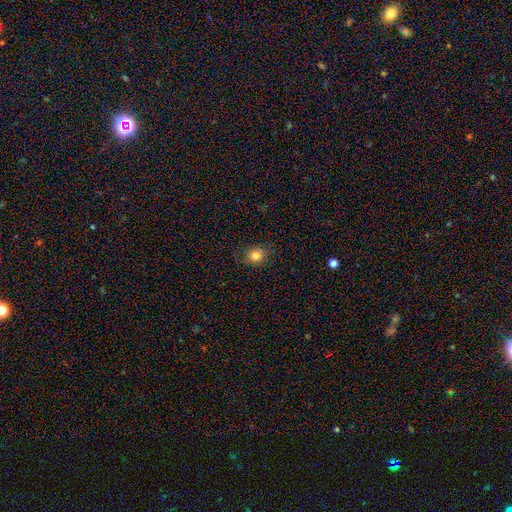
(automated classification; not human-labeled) The model was most divided on "how rounded": round: 73%, in between: 26%, cigar-shaped: 1%. More confident: smooth or featured — smooth (82%); merging — none (82%).